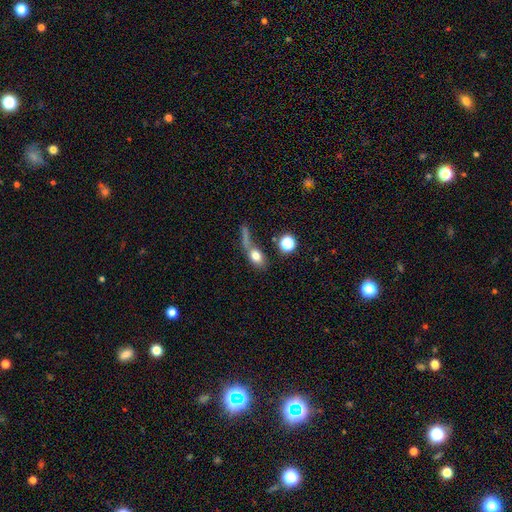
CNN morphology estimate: smooth-or-featured: smooth: 73% | featured or disk: 15% | star or artifact: 11%
  how-rounded: in between: 66% | round: 25% | cigar-shaped: 9%
  merging: none: 40% | merger: 26% | major disturbance: 19% | minor disturbance: 15%